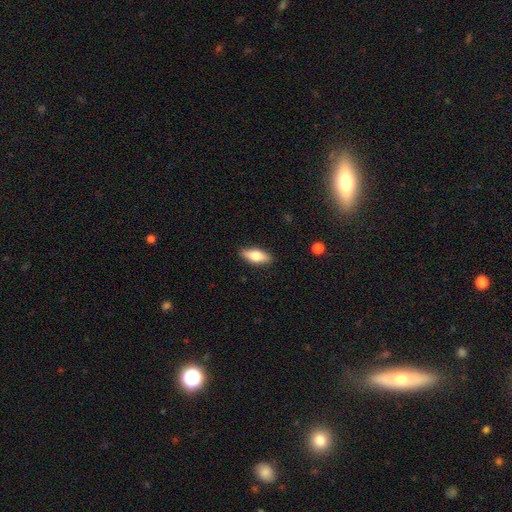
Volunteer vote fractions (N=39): smooth_or_featured: smooth (p=0.77) [alt: featured or disk p=0.21]
how_rounded: in between (p=0.80) [alt: cigar-shaped p=0.17]
merging: none (p=0.84) [alt: minor disturbance p=0.13]